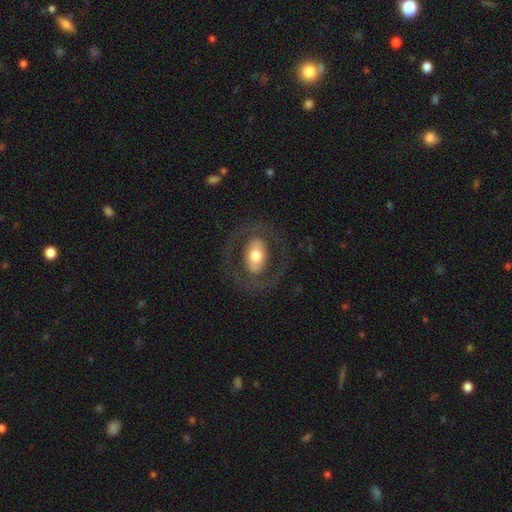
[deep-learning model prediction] The model was most divided on "smooth or featured": featured or disk: 53%, smooth: 42%, star or artifact: 6%. More confident: edge-on disk — no (92%); merging — none (77%).